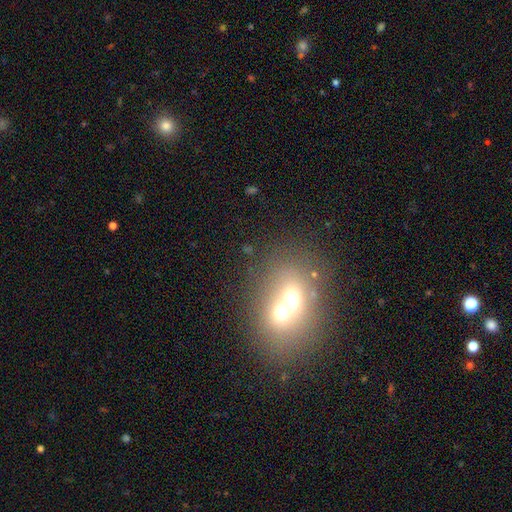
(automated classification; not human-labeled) The model was most divided on "how rounded": round: 51%, in between: 47%, cigar-shaped: 2%. More confident: merging — merger (65%); smooth or featured — smooth (53%).